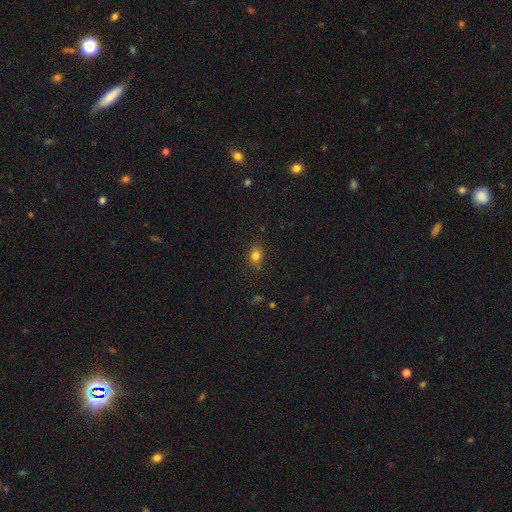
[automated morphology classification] A smooth galaxy with no disk features (81%) that is in between round and cigar-shaped (53%). Merging: none (80%).